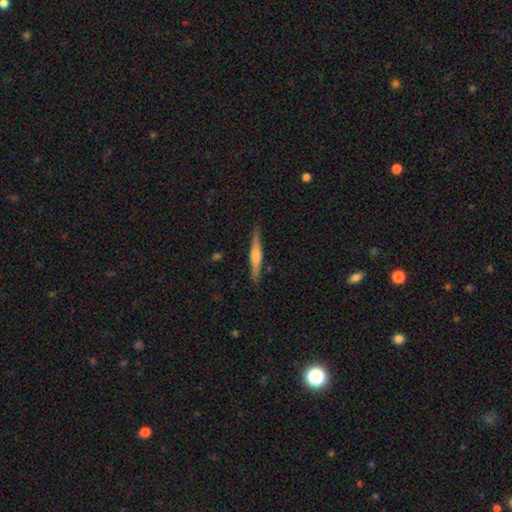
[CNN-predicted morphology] type=featured or disk (59%); edge-on=yes (97%); edge-on bulge=rounded (71%); merging=none (88%).